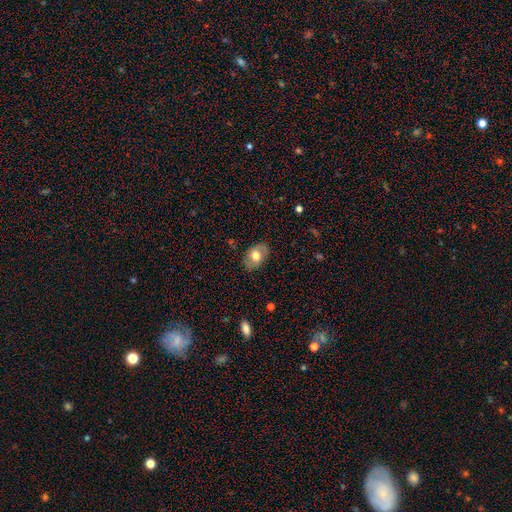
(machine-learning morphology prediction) A smooth galaxy with no disk features (66%) that is in between round and cigar-shaped (83%). Merging: none (79%).